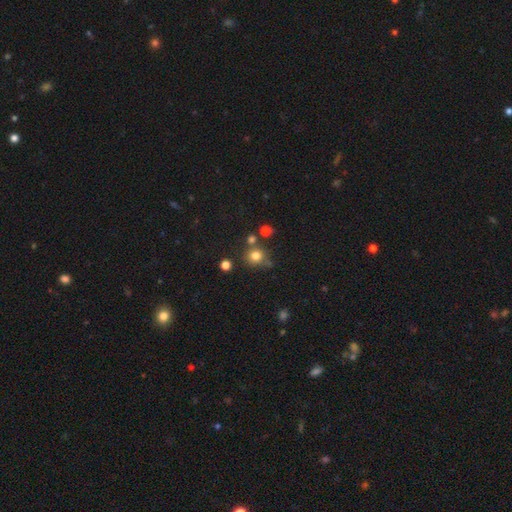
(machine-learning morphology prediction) Q: Smooth or featured?
A: smooth (77%); runner-up: star or artifact (15%)
Q: How rounded?
A: round (89%); runner-up: in between (10%)
Q: Merging?
A: none (69%); runner-up: merger (14%)